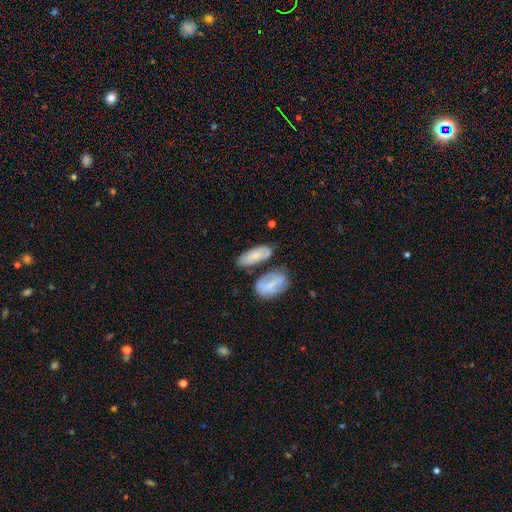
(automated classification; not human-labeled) Morphology: type=smooth (63%); roundness=in between (82%); merging=none (57%).